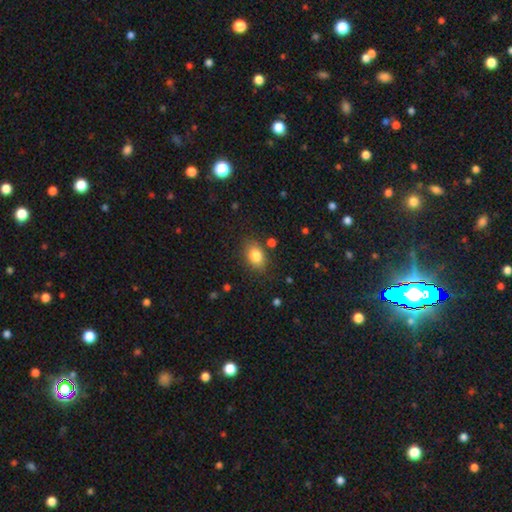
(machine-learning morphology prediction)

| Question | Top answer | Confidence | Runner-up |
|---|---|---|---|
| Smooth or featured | smooth | 82% | star or artifact (9%) |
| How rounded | in between | 74% | round (25%) |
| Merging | none | 80% | minor disturbance (13%) |